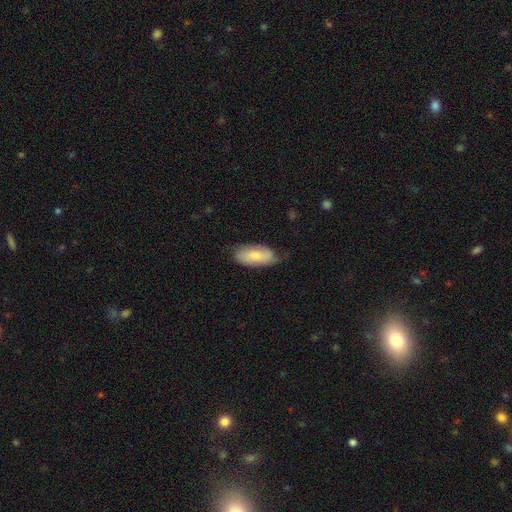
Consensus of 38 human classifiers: smooth-or-featured: featured or disk: 50% | smooth: 47% | star or artifact: 3%
  disk-edge-on: no: 95% | yes: 5%
    bar: no: 72% | weak: 28% | strong: 0%
    has-spiral-arms: yes: 83% | no: 17%
      spiral-winding: tight: 40% | loose: 33% | medium: 27%
      spiral-arm-count: 2: 60% | 1: 20% | 3: 13% | can't tell: 7% | 4: 0% | more than 4: 0%
    bulge-size: small: 50% | moderate: 44% | none: 6% | dominant: 0% | large: 0%
  merging: none: 86% | minor disturbance: 5% | major disturbance: 5% | merger: 3%